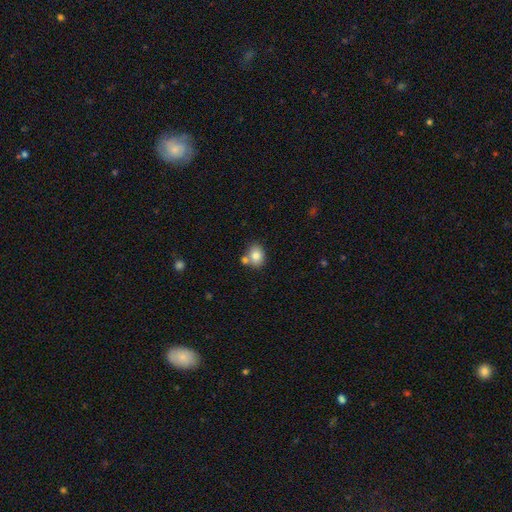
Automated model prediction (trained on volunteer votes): smooth-or-featured: smooth: 81% | featured or disk: 10% | star or artifact: 9%
  how-rounded: in between: 55% | round: 44% | cigar-shaped: 1%
  merging: none: 59% | merger: 25% | minor disturbance: 13% | major disturbance: 3%